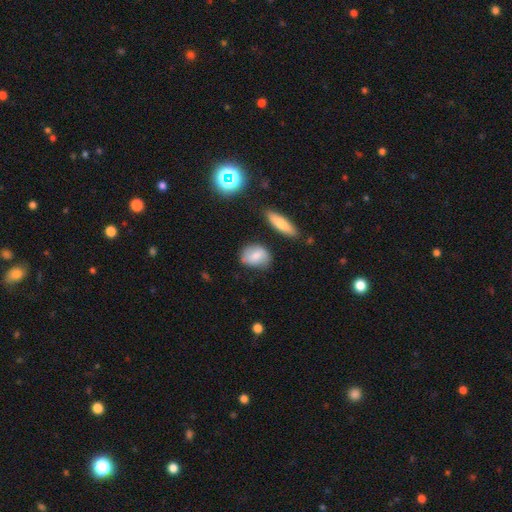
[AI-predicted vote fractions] Morphology: type=smooth (74%); roundness=in between (59%); merging=none (73%).